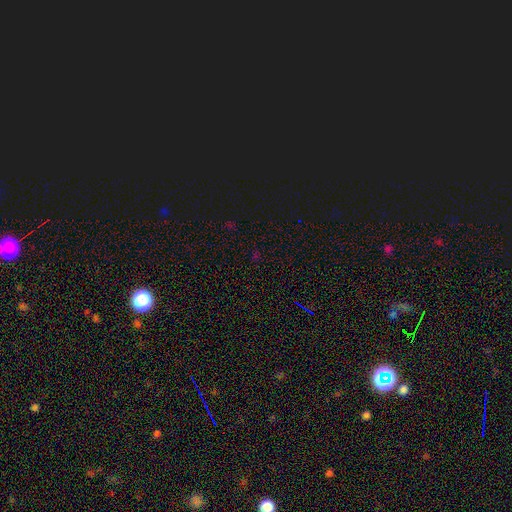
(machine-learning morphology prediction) A star or artifact, not a galaxy (71%).